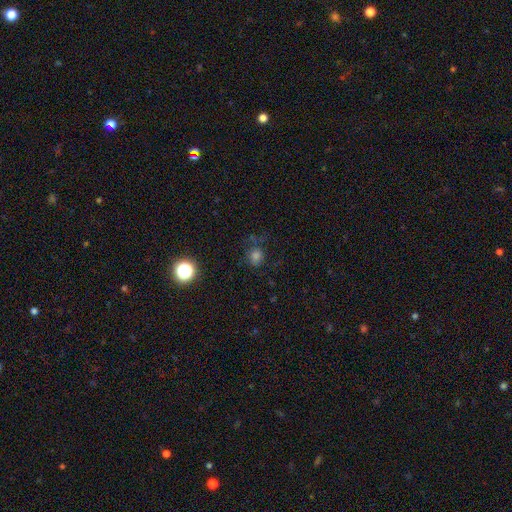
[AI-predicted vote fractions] The model was most divided on "smooth or featured": smooth: 66%, star or artifact: 25%, featured or disk: 8%. More confident: how rounded — round (78%); merging — none (65%).